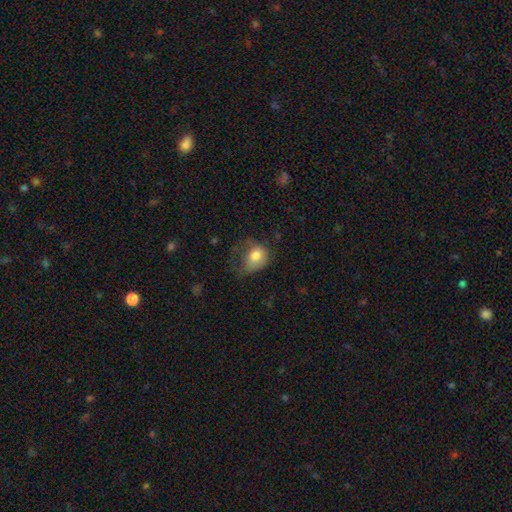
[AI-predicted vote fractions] Morphology: type=smooth (74%); roundness=in between (54%); merging=major disturbance (38%).